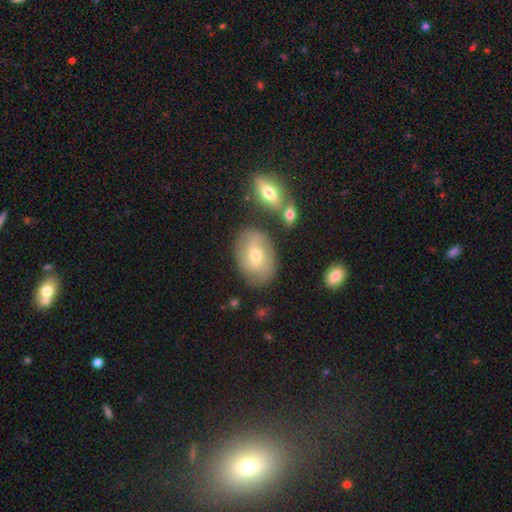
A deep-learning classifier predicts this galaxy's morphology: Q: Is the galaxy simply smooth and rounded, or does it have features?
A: featured or disk — 50%.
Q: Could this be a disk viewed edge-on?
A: no — 93%.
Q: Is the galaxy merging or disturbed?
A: none — 72%.